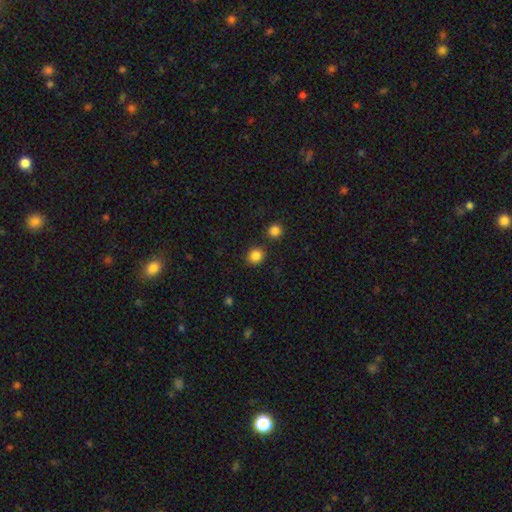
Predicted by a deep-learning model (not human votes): A smooth galaxy with no disk features (85%) that is round (81%). Merging: none (83%).